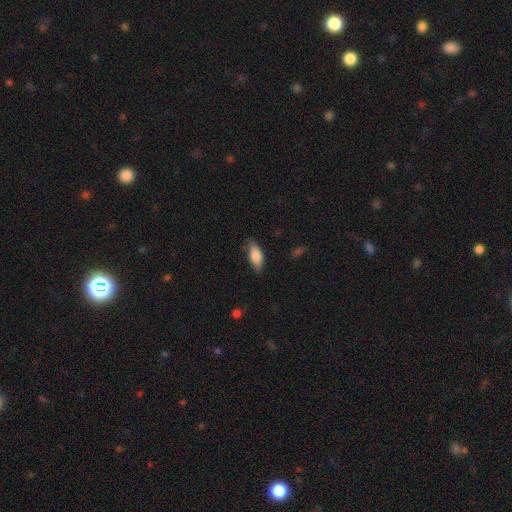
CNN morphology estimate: smooth_or_featured: smooth (p=0.80) [alt: featured or disk p=0.14]
how_rounded: in between (p=0.77) [alt: cigar-shaped p=0.21]
merging: none (p=0.76) [alt: minor disturbance p=0.19]